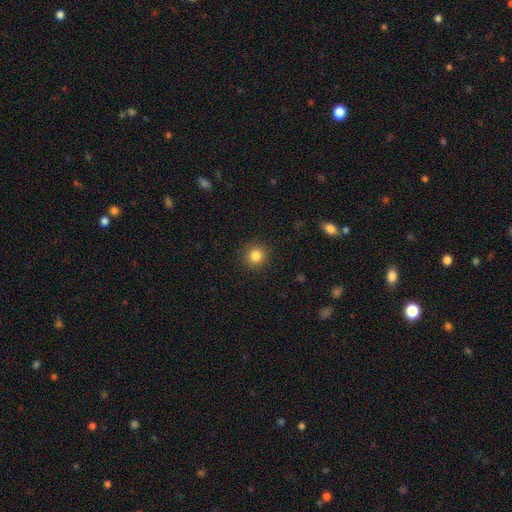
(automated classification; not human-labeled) Smooth or featured? Predicted: smooth (p=0.84). How rounded? Predicted: round (p=0.93). Merging? Predicted: none (p=0.91).